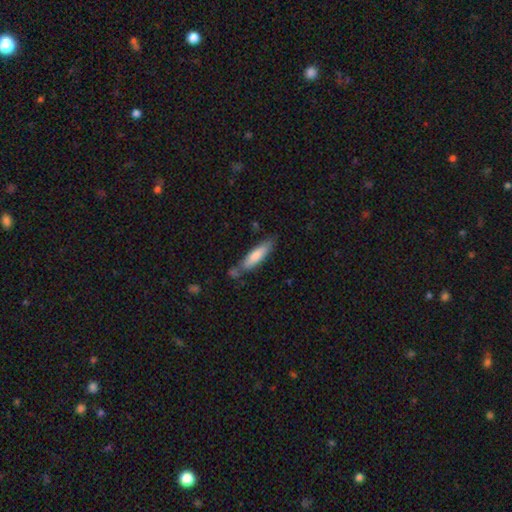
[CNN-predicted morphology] Smooth or featured? smooth (76%)
How rounded? cigar-shaped (74%)
Merging? none (68%)